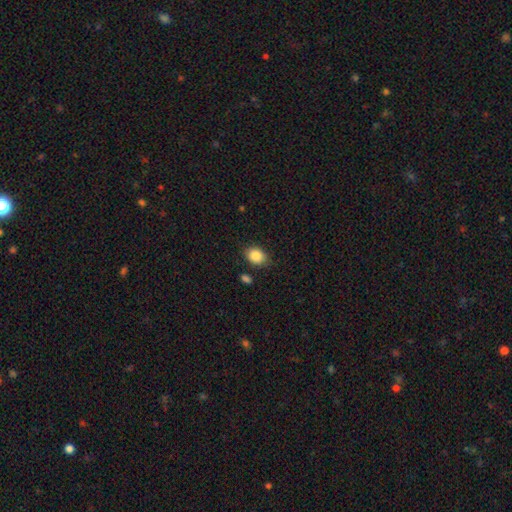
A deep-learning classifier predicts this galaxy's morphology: Overall: smooth (87%). How rounded: in between (63%; round 36%). Merging: none (80%).